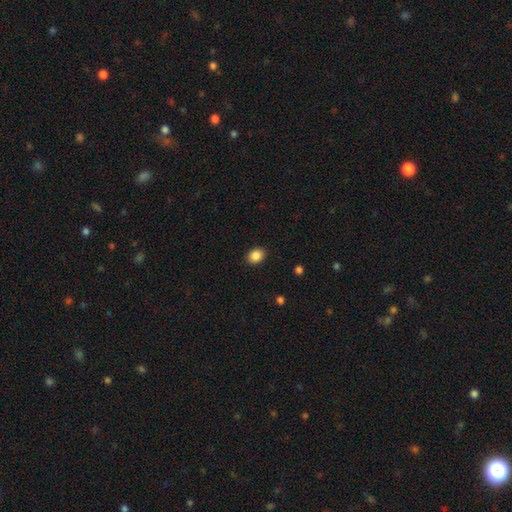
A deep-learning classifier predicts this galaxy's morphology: Smooth or featured?
  - smooth: 88% *
  - star or artifact: 9%
  - featured or disk: 3%
How rounded?
  - in between: 61% *
  - round: 38%
  - cigar-shaped: 1%
Merging?
  - none: 90% *
  - minor disturbance: 7%
  - major disturbance: 2%
  - merger: 1%